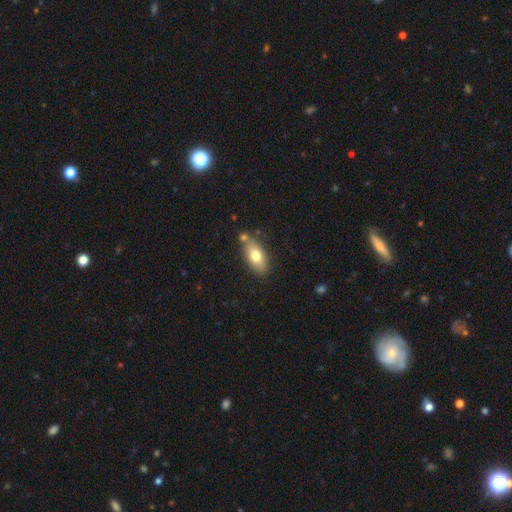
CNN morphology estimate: smooth 73%, featured or disk 19%, star or artifact 7%. Down the decision tree: how rounded — in between (87%); merging — none (70%).